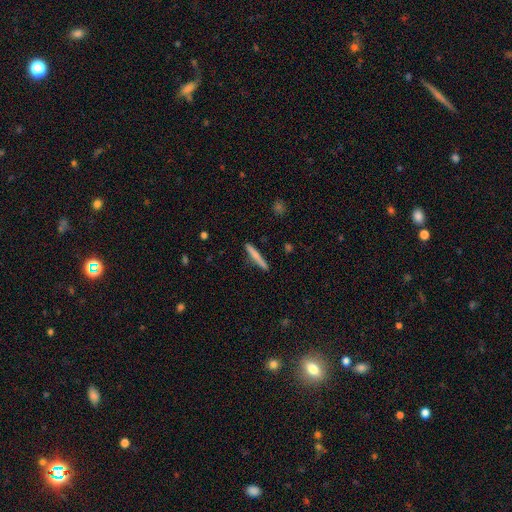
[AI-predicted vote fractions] smooth 70%, featured or disk 25%, star or artifact 6%. Down the decision tree: how rounded — cigar-shaped (95%); merging — none (89%).